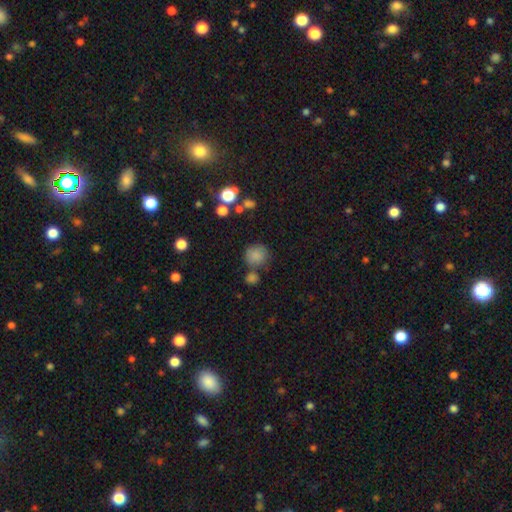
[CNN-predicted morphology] Smooth or featured? Predicted: smooth (p=0.81). How rounded? Predicted: round (p=0.87). Merging? Predicted: none (p=0.67).